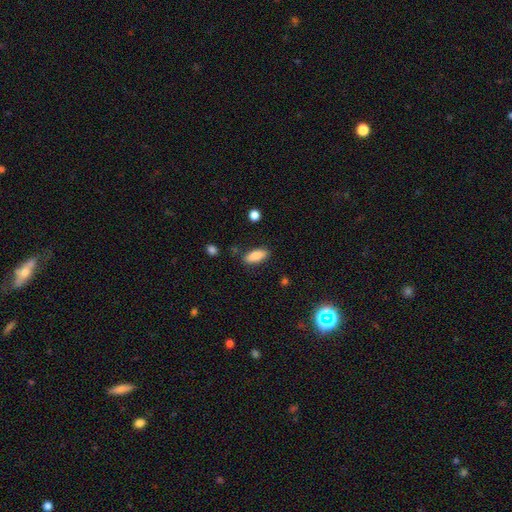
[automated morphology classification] smooth-or-featured: smooth: 85% | featured or disk: 8% | star or artifact: 7%
  how-rounded: in between: 79% | cigar-shaped: 19% | round: 2%
  merging: none: 84% | minor disturbance: 11% | major disturbance: 3% | merger: 2%